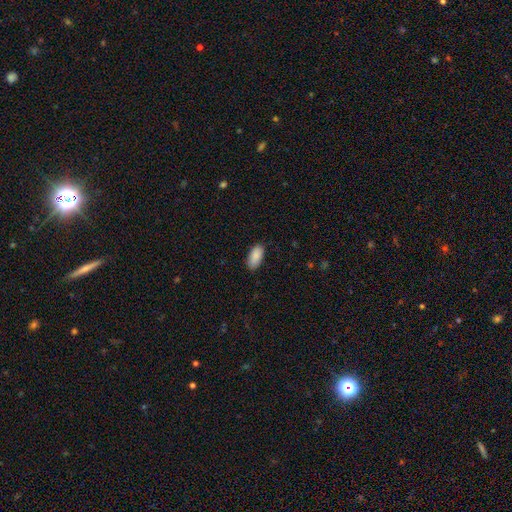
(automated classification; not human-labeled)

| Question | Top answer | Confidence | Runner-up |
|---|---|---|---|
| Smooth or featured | smooth | 90% | star or artifact (6%) |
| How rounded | in between | 93% | cigar-shaped (5%) |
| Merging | none | 84% | minor disturbance (12%) |